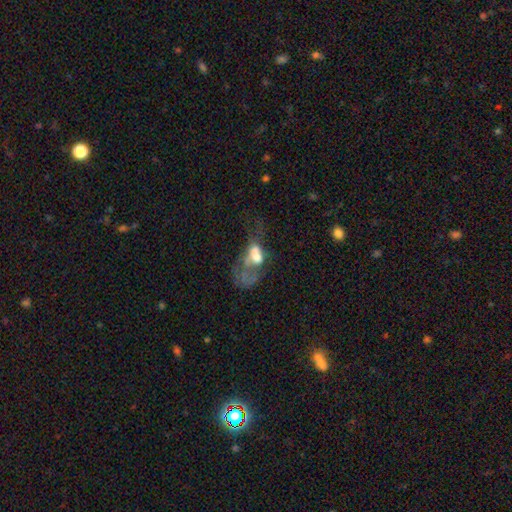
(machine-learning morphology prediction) Smooth or featured?
  - smooth: 44% *
  - featured or disk: 43%
  - star or artifact: 12%
Merging?
  - major disturbance: 54% *
  - merger: 22%
  - none: 14%
  - minor disturbance: 10%